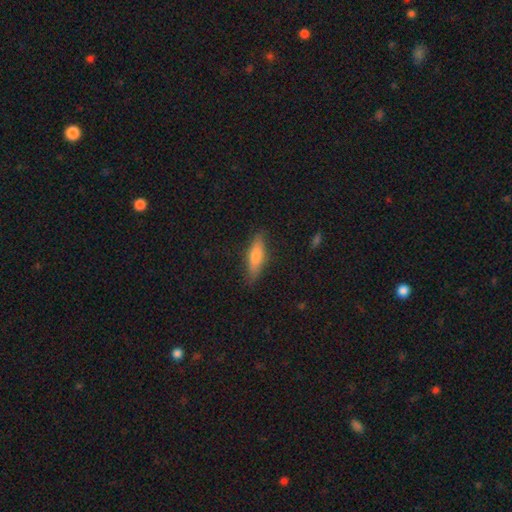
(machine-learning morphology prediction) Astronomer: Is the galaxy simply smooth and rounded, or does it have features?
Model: smooth — 71%.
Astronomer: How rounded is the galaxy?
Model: cigar-shaped — 63%.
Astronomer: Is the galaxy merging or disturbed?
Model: none — 85%.